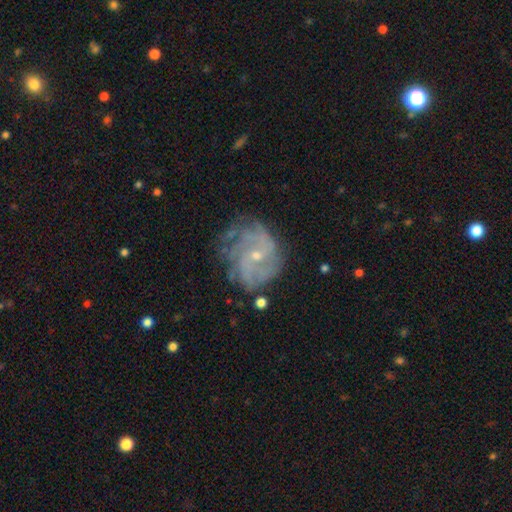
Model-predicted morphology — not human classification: smooth-or-featured: featured or disk: 81% | smooth: 10% | star or artifact: 8%
  disk-edge-on: no: 98% | yes: 2%
    bar: no: 59% | weak: 35% | strong: 7%
    has-spiral-arms: yes: 92% | no: 8%
      spiral-winding: tight: 49% | medium: 38% | loose: 13%
      spiral-arm-count: can't tell: 34% | 3: 20% | 2: 19% | 4: 15% | more than 4: 7% | 1: 6%
    bulge-size: small: 74% | moderate: 22% | none: 2% | large: 1% | dominant: 1%
  merging: none: 66% | minor disturbance: 21% | major disturbance: 11% | merger: 2%